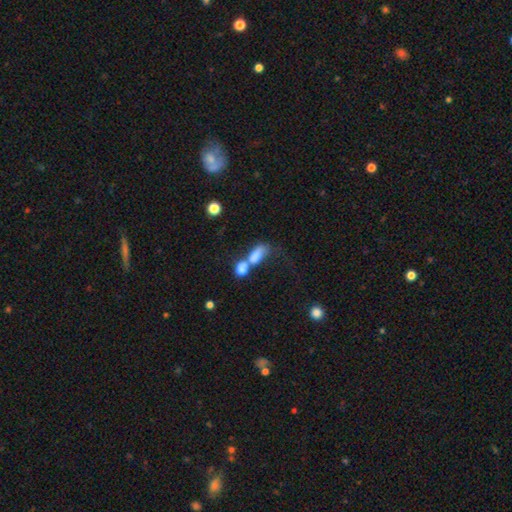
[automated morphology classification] Q: Smooth or featured?
A: smooth (72%); runner-up: featured or disk (18%)
Q: How rounded?
A: in between (77%); runner-up: cigar-shaped (13%)
Q: Merging?
A: merger (73%); runner-up: none (11%)